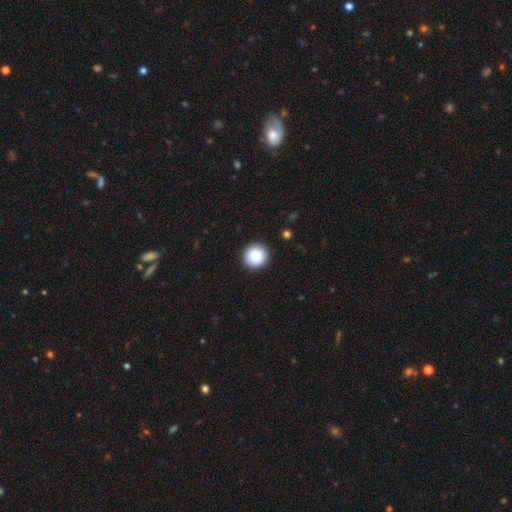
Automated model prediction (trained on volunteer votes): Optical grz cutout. It shows a smooth galaxy with no disk features (87%) that is round (92%). Merging: none (92%).